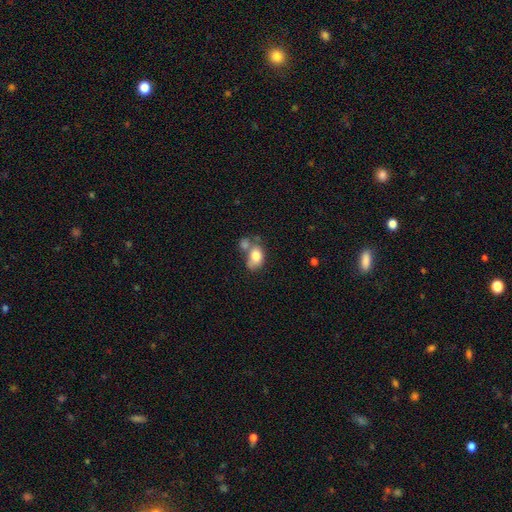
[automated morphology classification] The model was most divided on "merging": merger: 44%, none: 30%, minor disturbance: 16%, major disturbance: 9%. More confident: smooth or featured — smooth (76%); how rounded — in between (75%).